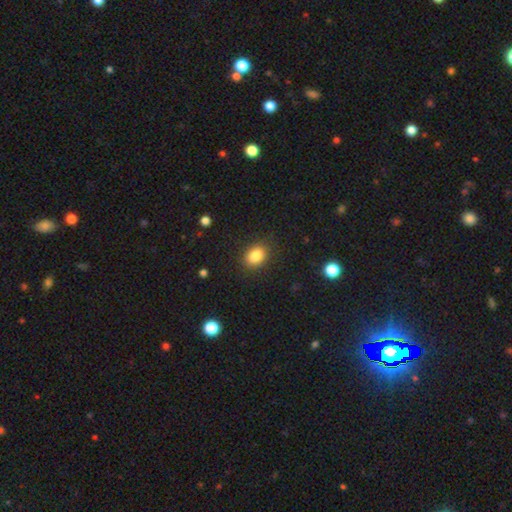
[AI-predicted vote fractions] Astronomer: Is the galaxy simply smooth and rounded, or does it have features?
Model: smooth — 85%.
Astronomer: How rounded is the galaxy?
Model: in between — 68%.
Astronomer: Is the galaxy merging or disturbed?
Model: none — 85%.